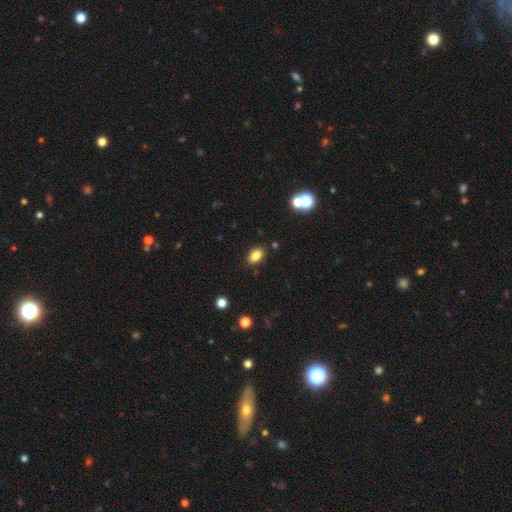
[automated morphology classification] Smooth or featured?
  - smooth: 83% *
  - star or artifact: 10%
  - featured or disk: 6%
How rounded?
  - in between: 86% *
  - round: 12%
  - cigar-shaped: 2%
Merging?
  - none: 86% *
  - minor disturbance: 9%
  - major disturbance: 2%
  - merger: 2%